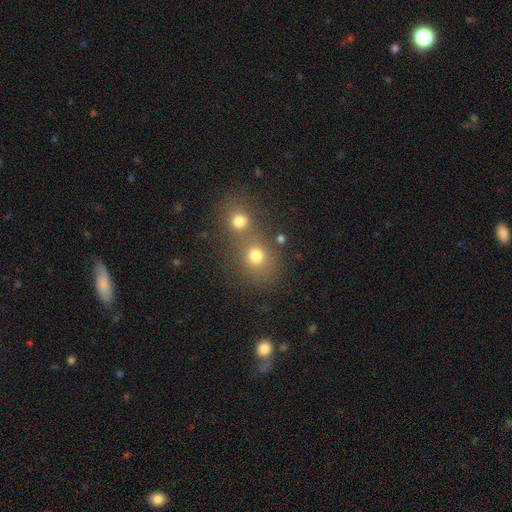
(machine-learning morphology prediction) This appears to be a smooth galaxy with no disk features (75%) that is round (77%). Merging: merger (47%).